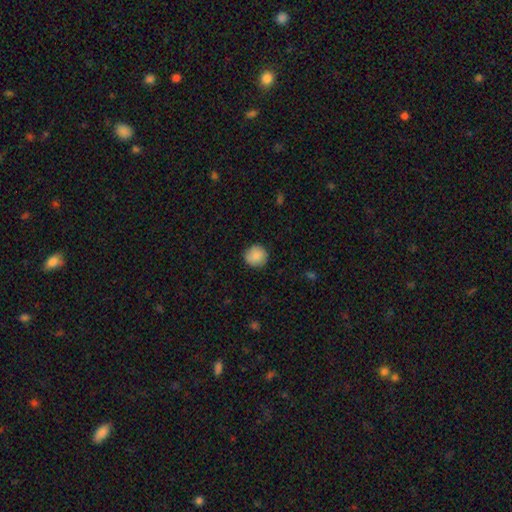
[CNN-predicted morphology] The model was most divided on "merging": none: 87%, minor disturbance: 10%, major disturbance: 2%, merger: 1%. More confident: how rounded — round (92%); smooth or featured — smooth (87%).